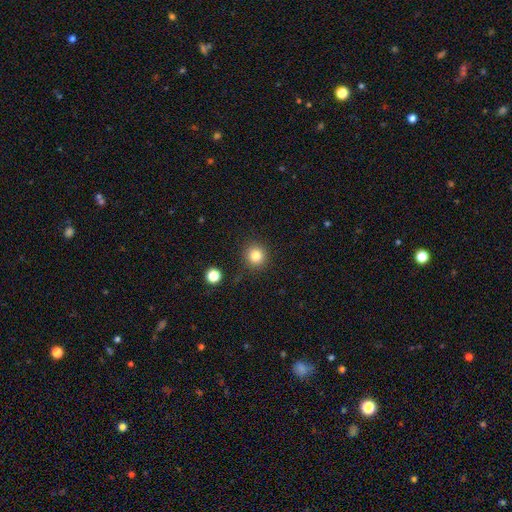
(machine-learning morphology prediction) type=smooth (83%); roundness=round (94%); merging=none (89%).